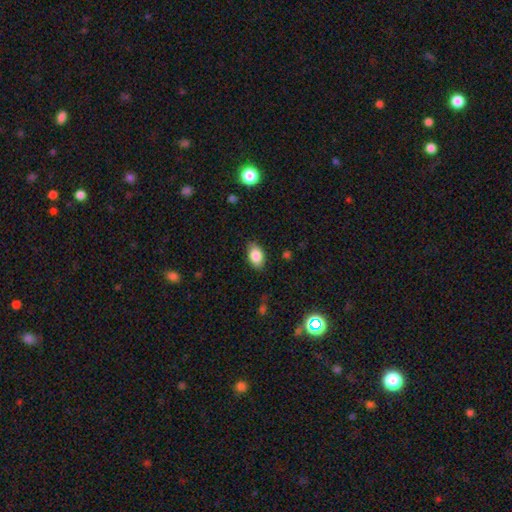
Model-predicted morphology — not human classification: The model was most divided on "merging": none: 84%, minor disturbance: 12%, major disturbance: 3%, merger: 1%. More confident: how rounded — in between (89%); smooth or featured — smooth (86%).